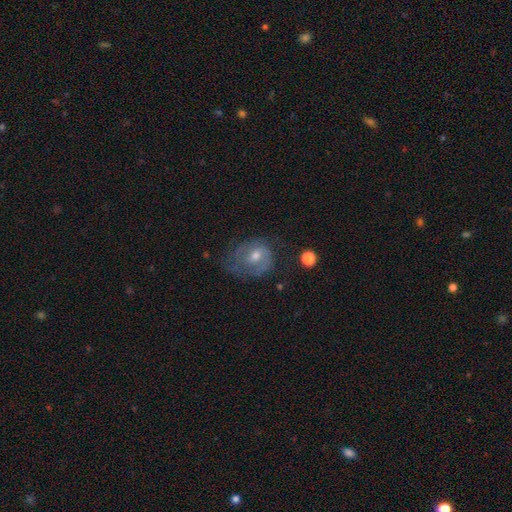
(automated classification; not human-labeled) This is likely a featured or disk galaxy (64%). It is clearly not viewed edge-on (97%). Bar: possibly no (58%). Spiral arm pattern: clearly yes (80%). Central bulge: likely moderate (63%). Merging: possibly none (53%).